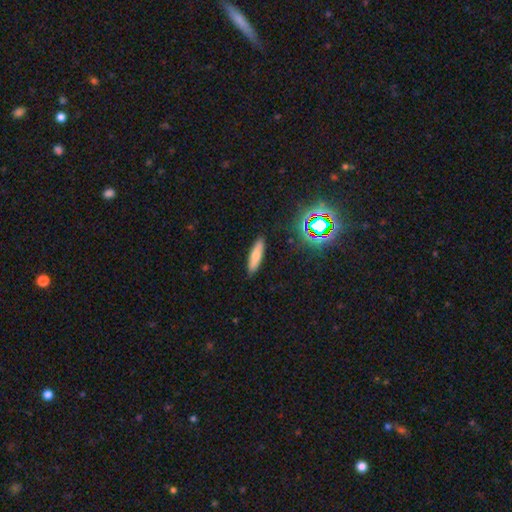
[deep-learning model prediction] Smooth or featured? smooth (74%)
How rounded? cigar-shaped (75%)
Merging? none (89%)